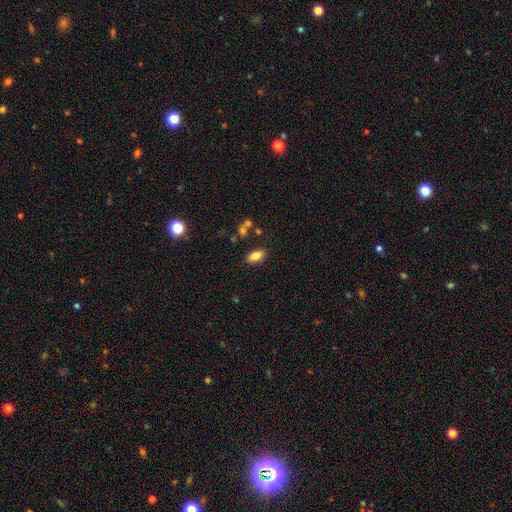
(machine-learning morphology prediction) A smooth galaxy with no disk features (78%) that is in between round and cigar-shaped (88%). Merging: none (81%).